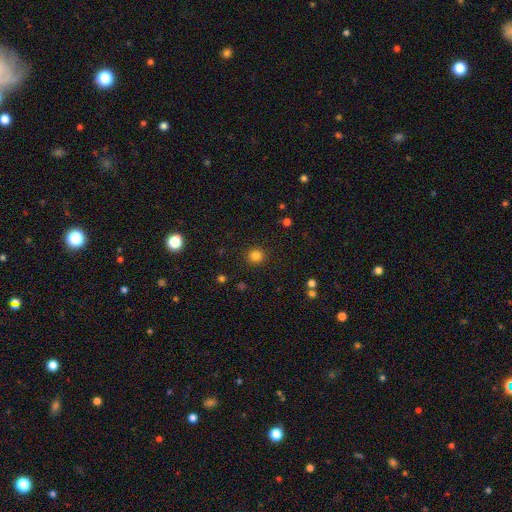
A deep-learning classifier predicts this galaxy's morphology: smooth_or_featured: smooth (p=0.83) [alt: star or artifact p=0.13]
how_rounded: round (p=0.90) [alt: in between p=0.09]
merging: none (p=0.91) [alt: minor disturbance p=0.06]